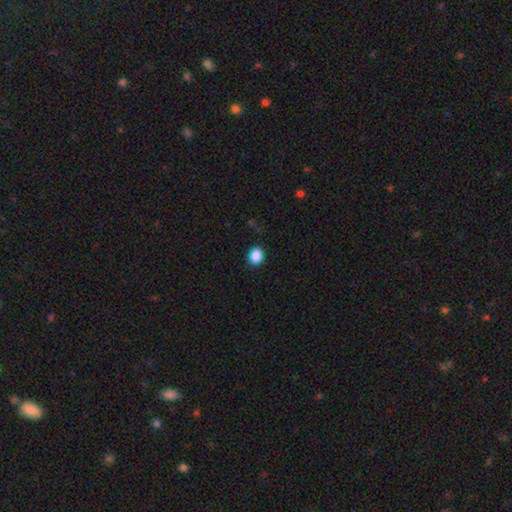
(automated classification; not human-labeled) Smooth or featured?
  - smooth: 88% *
  - star or artifact: 9%
  - featured or disk: 3%
How rounded?
  - round: 63% *
  - in between: 36%
  - cigar-shaped: 1%
Merging?
  - none: 89% *
  - minor disturbance: 8%
  - major disturbance: 2%
  - merger: 1%